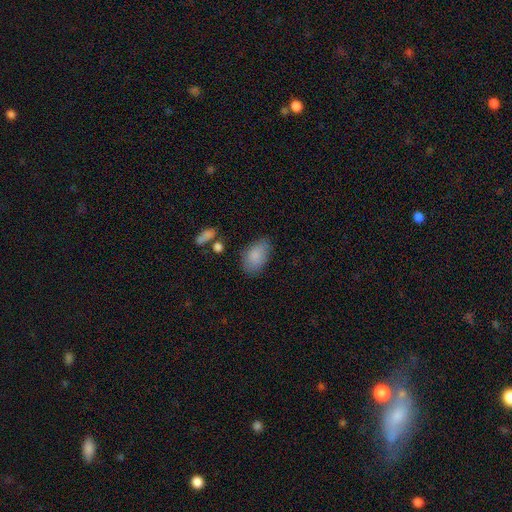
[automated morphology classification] Q: Smooth or featured?
A: smooth (85%); runner-up: featured or disk (8%)
Q: How rounded?
A: in between (92%); runner-up: round (6%)
Q: Merging?
A: none (73%); runner-up: minor disturbance (19%)